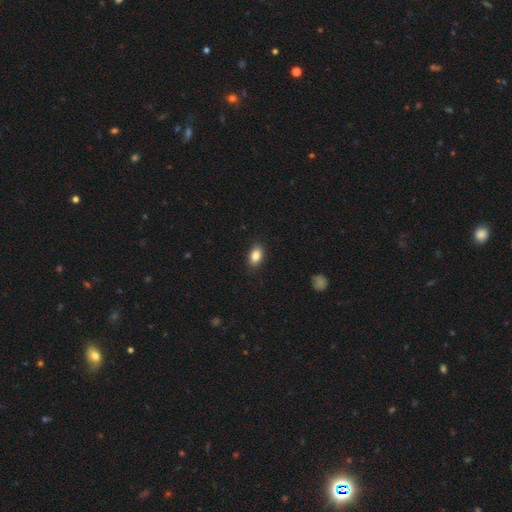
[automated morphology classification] Overall: smooth (85%). How rounded: in between (86%). Merging: none (88%).